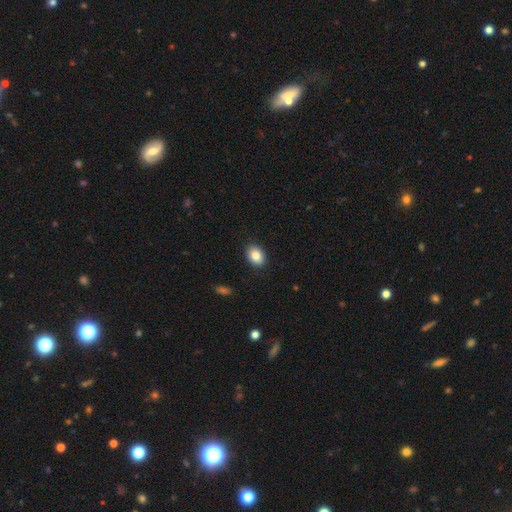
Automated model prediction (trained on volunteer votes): This is clearly a smooth galaxy (86%). How rounded: likely in between (71%). Merging: clearly none (89%).